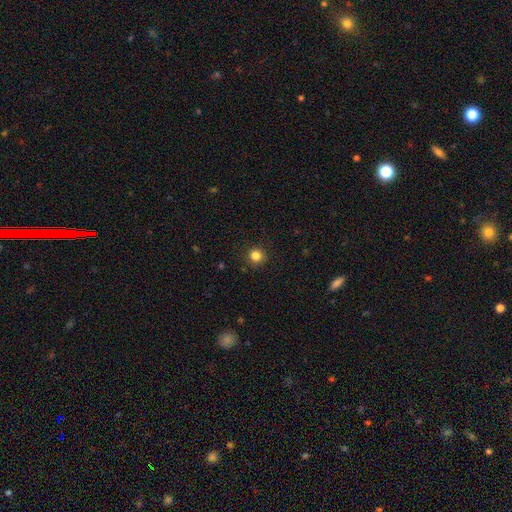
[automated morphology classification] smooth-or-featured: smooth: 84% | star or artifact: 12% | featured or disk: 4%
  how-rounded: round: 92% | in between: 7% | cigar-shaped: 1%
  merging: none: 91% | minor disturbance: 6% | major disturbance: 2% | merger: 1%